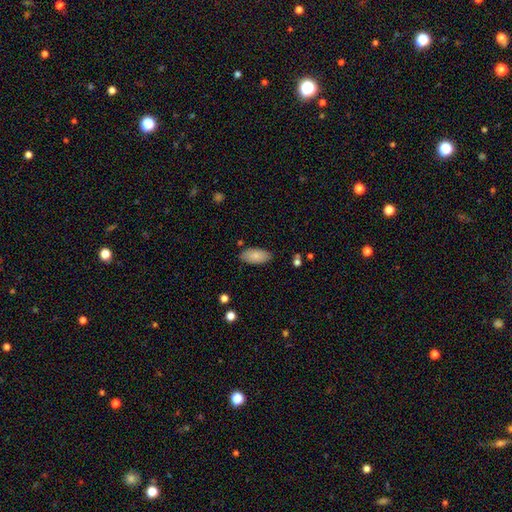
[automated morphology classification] A smooth galaxy with no disk features (83%) that is in between round and cigar-shaped (93%). Merging: none (83%).